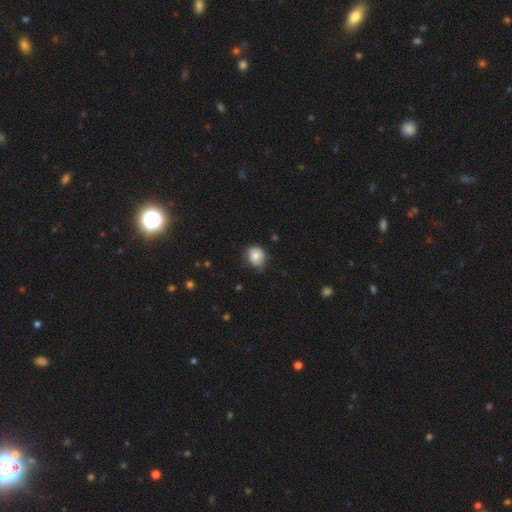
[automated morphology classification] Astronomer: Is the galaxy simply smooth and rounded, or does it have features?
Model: smooth — 80%.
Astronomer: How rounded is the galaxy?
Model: round — 57% (runner-up: in between, 43%).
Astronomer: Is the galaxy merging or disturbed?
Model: none — 63%.